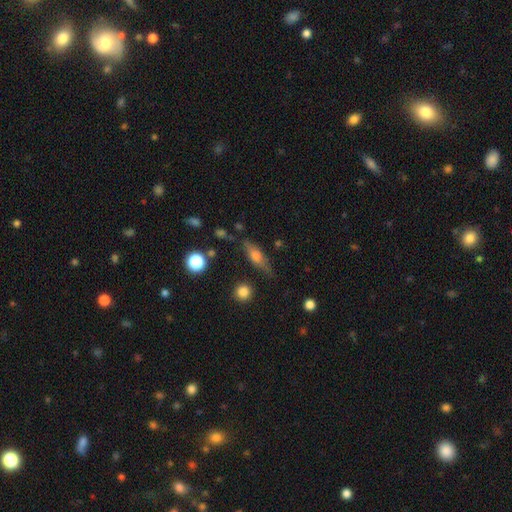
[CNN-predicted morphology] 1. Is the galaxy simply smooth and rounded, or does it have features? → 46% featured or disk, 45% smooth, 9% star or artifact.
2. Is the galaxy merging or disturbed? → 73% none, 18% minor disturbance, 6% major disturbance, 3% merger.